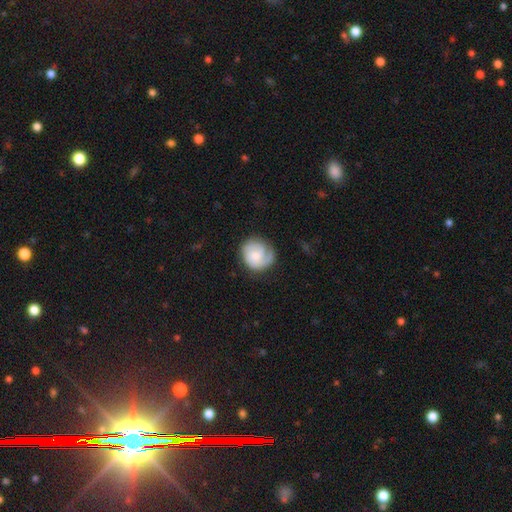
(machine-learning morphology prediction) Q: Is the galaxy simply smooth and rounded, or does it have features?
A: featured or disk — 58%.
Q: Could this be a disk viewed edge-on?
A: no — 98%.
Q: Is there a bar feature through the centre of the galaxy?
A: no — 73%.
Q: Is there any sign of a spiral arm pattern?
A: yes — 90%.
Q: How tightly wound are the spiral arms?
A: tight — 54%.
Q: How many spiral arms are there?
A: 1 — 48%.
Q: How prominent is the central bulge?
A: moderate — 40%.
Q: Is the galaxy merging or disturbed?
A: none — 67%.